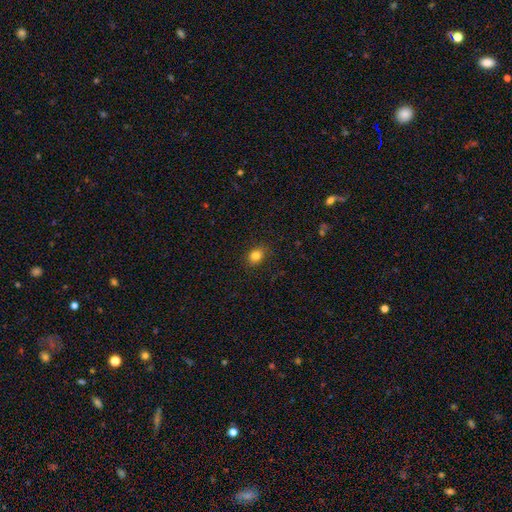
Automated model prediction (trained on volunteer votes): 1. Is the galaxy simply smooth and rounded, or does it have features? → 83% smooth, 12% star or artifact, 6% featured or disk.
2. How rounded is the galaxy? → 55% in between, 44% round, 1% cigar-shaped.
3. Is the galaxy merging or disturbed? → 86% none, 10% minor disturbance, 3% major disturbance, 1% merger.